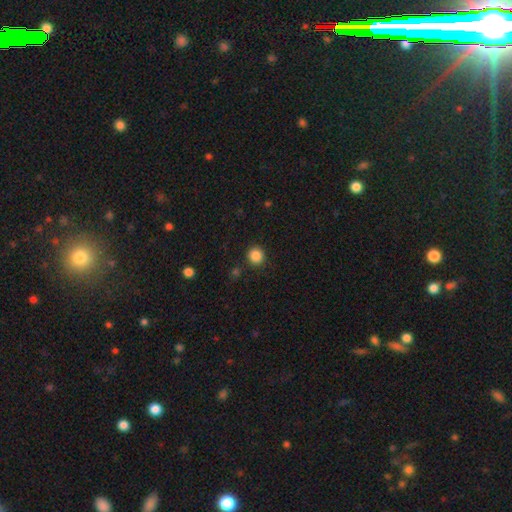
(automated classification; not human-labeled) Smooth or featured? smooth (86%)
How rounded? round (92%)
Merging? none (90%)